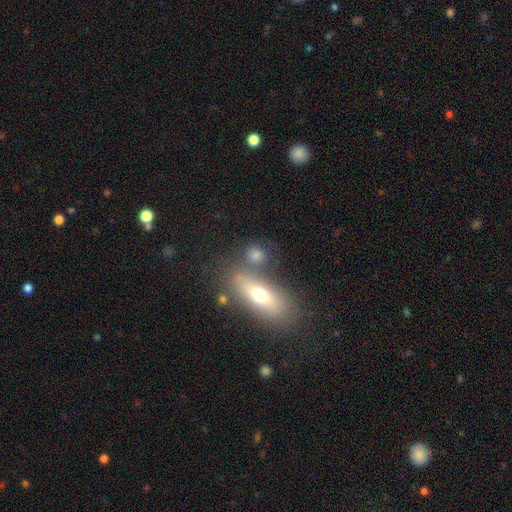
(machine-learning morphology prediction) The model was most divided on "how rounded": in between: 45%, round: 39%, cigar-shaped: 16%. More confident: smooth or featured — smooth (68%); merging — none (61%).